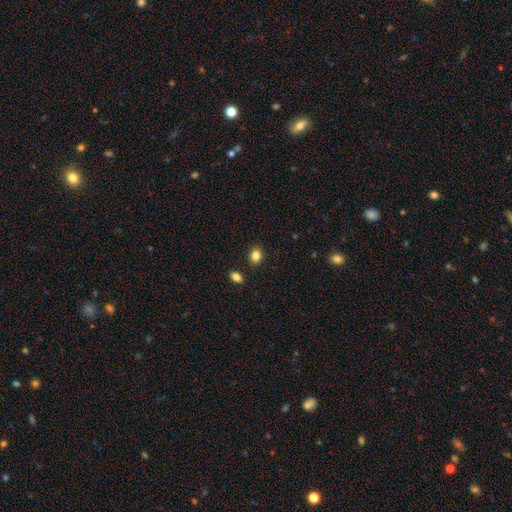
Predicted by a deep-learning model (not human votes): A smooth galaxy with no disk features (85%) that is in between round and cigar-shaped (58%).

Vote fractions:
- Smooth or featured? smooth: 85% / star or artifact: 10% / featured or disk: 5%
- How rounded? in between: 58% / round: 40% / cigar-shaped: 1%
- Merging? none: 86% / minor disturbance: 8% / merger: 3% / major disturbance: 2%